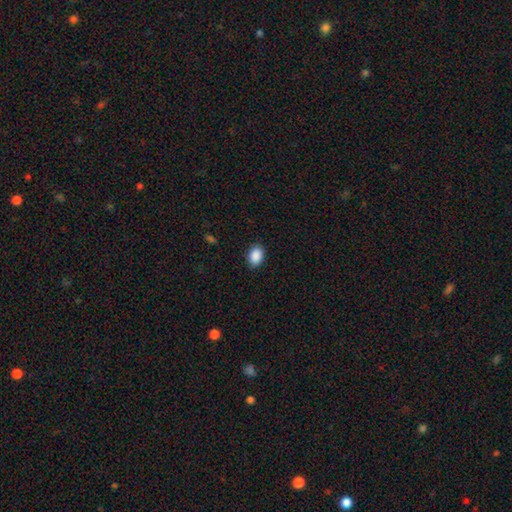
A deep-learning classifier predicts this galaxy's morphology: The model was most divided on "how rounded": in between: 75%, round: 24%, cigar-shaped: 1%. More confident: smooth or featured — smooth (90%); merging — none (87%).